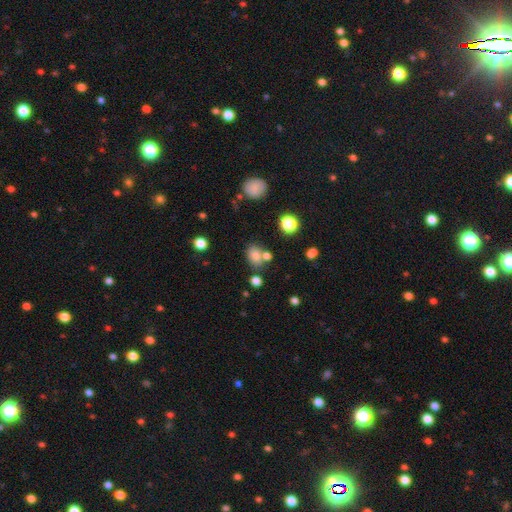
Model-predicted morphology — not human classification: Smooth or featured? Predicted: smooth (p=0.76). How rounded? Predicted: in between (p=0.63). Merging? Predicted: none (p=0.63).